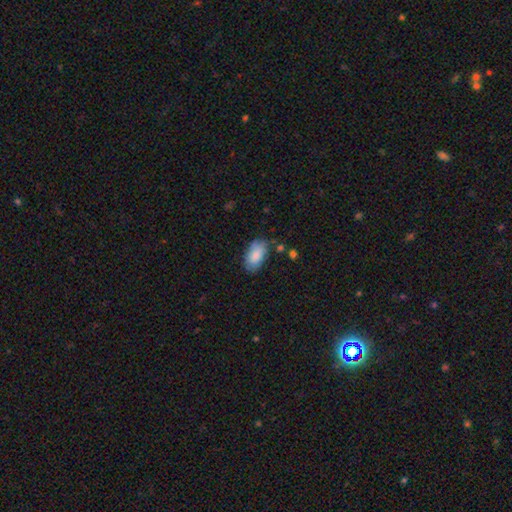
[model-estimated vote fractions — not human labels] The model was most divided on "merging": none: 71%, minor disturbance: 21%, major disturbance: 5%, merger: 3%. More confident: how rounded — in between (94%); smooth or featured — smooth (84%).